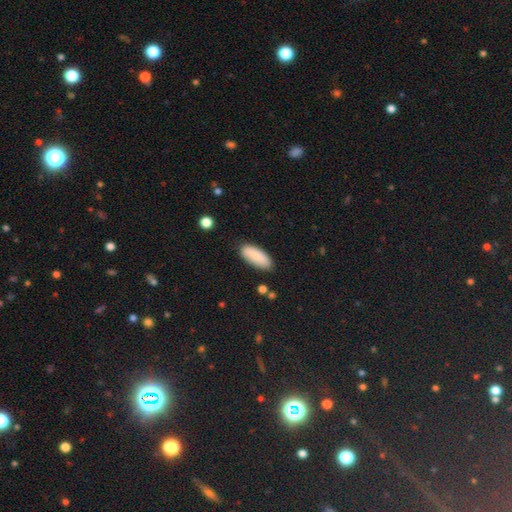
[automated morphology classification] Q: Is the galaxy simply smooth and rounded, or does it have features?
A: smooth — 87%.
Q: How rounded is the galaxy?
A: in between — 80%.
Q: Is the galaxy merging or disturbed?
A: none — 82%.